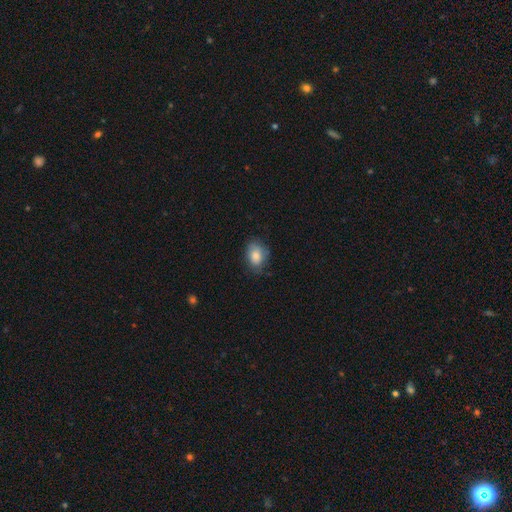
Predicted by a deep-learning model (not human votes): Q: Smooth or featured?
A: smooth (81%); runner-up: featured or disk (11%)
Q: How rounded?
A: in between (78%); runner-up: round (21%)
Q: Merging?
A: none (72%); runner-up: minor disturbance (22%)